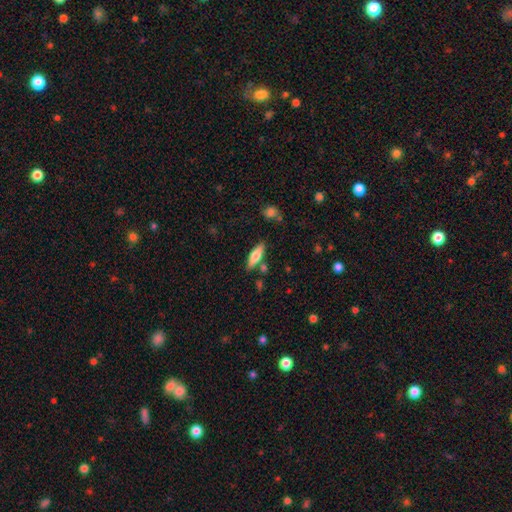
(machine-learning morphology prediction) type=smooth (66%); roundness=in between (49%, tied with cigar-shaped); merging=none (78%).